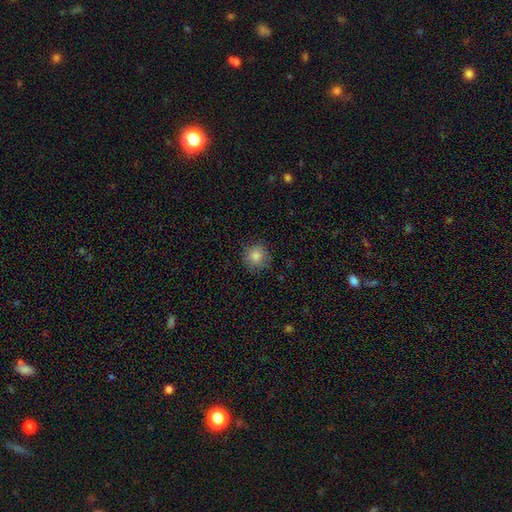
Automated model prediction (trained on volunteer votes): Smooth or featured? Predicted: smooth (p=0.83). How rounded? Predicted: round (p=0.91). Merging? Predicted: none (p=0.82).